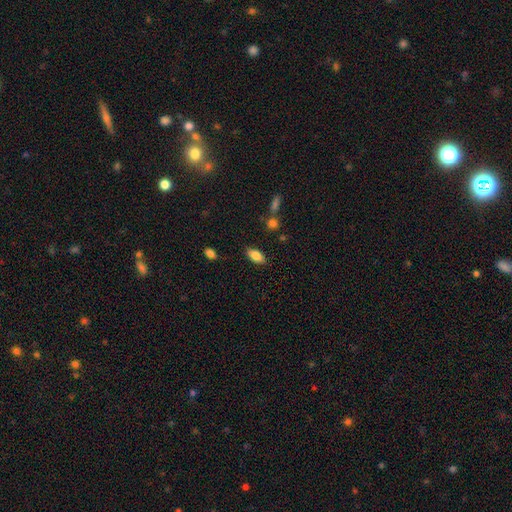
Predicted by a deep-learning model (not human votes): Overall: smooth (83%). How rounded: in between (88%). Merging: none (85%).